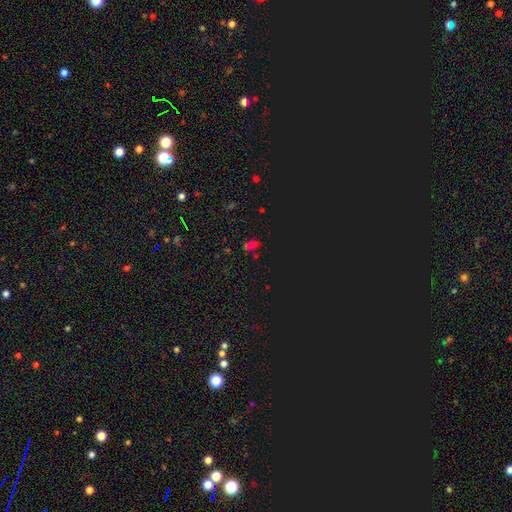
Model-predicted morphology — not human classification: type=star or artifact (60%).